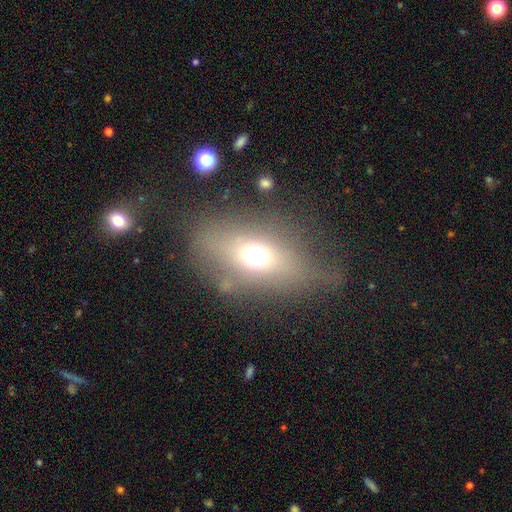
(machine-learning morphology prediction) A smooth galaxy with no disk features (58%) that is in between round and cigar-shaped (67%). Merging: none (56%).